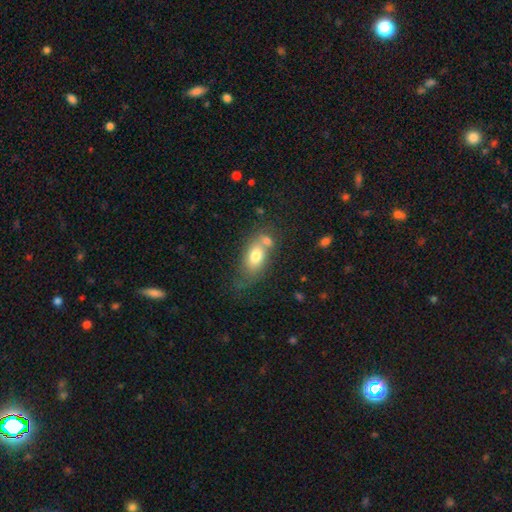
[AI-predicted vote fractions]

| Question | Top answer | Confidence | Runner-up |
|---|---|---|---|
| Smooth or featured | smooth | 74% | featured or disk (18%) |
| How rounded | in between | 85% | round (11%) |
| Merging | none | 39% | merger (37%) |